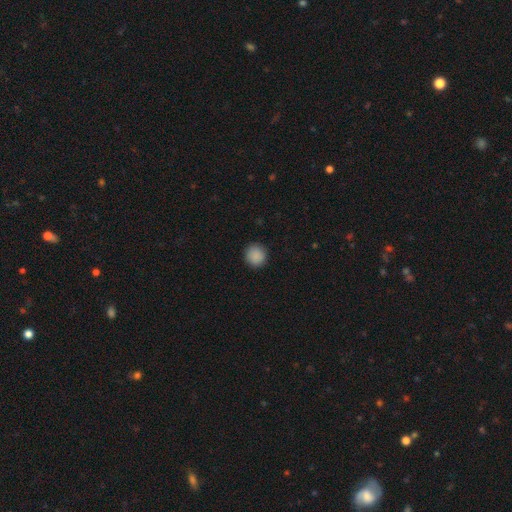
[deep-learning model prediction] smooth 89%, star or artifact 8%, featured or disk 3%. Down the decision tree: how rounded — round (92%); merging — none (91%).